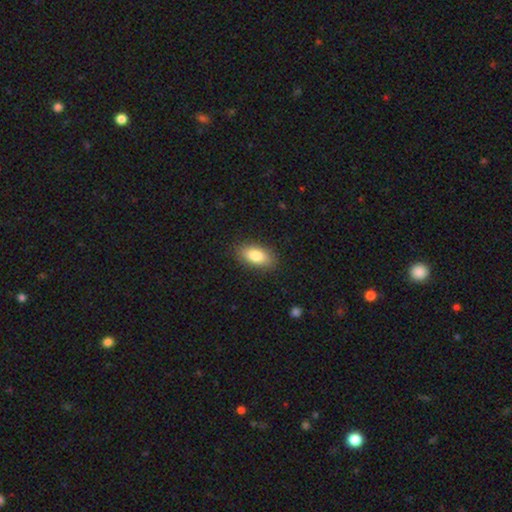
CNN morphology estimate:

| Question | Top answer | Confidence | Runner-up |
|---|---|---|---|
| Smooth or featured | smooth | 83% | featured or disk (10%) |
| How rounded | in between | 90% | cigar-shaped (6%) |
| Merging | none | 87% | minor disturbance (9%) |